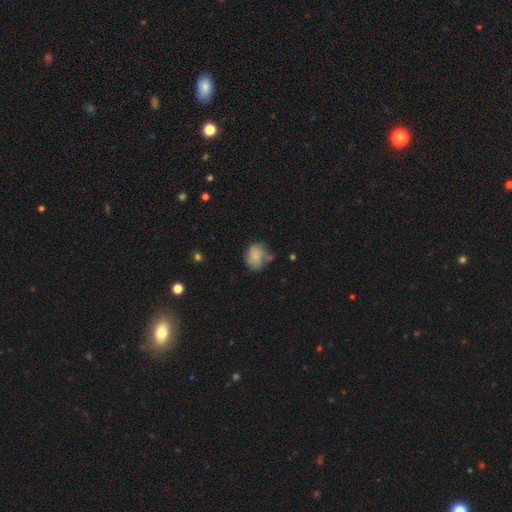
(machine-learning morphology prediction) Q: Smooth or featured?
A: smooth (68%); runner-up: featured or disk (23%)
Q: How rounded?
A: in between (50%); runner-up: round (49%)
Q: Merging?
A: none (46%); runner-up: minor disturbance (30%)